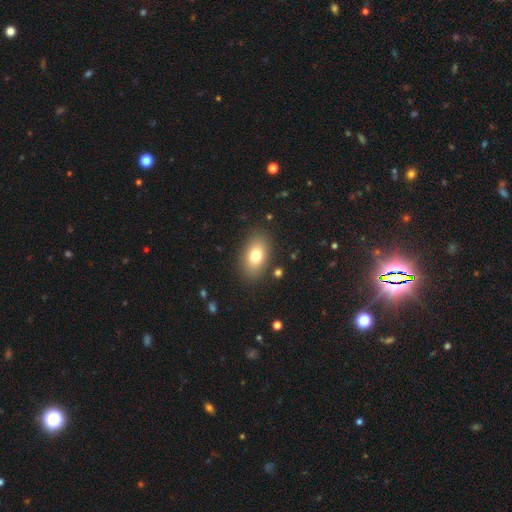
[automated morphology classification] Smooth or featured: smooth — 77% (featured or disk — 13%)
How rounded: in between — 88% (round — 10%)
Merging: none — 85% (minor disturbance — 9%)